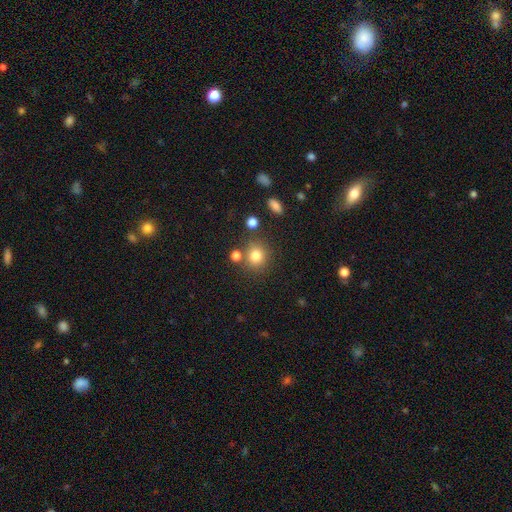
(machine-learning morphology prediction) Smooth or featured? smooth (80%)
How rounded? round (86%)
Merging? none (76%)